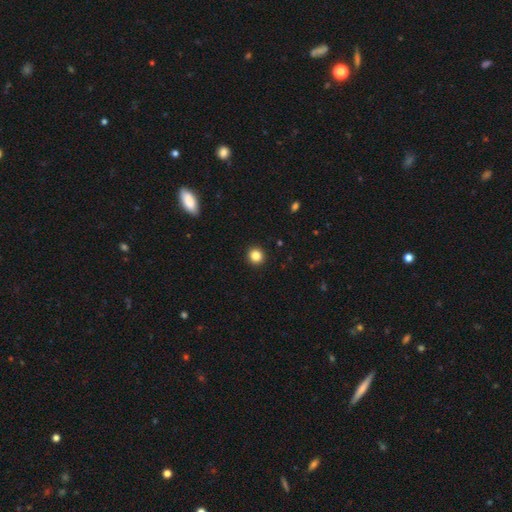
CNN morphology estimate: The model was most divided on "smooth or featured": smooth: 85%, star or artifact: 11%, featured or disk: 4%. More confident: merging — none (93%); how rounded — round (92%).